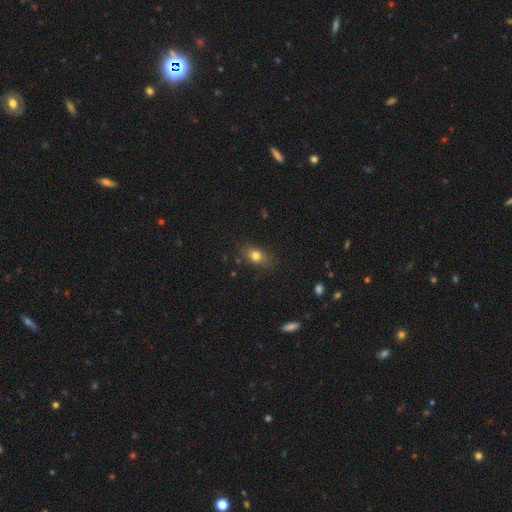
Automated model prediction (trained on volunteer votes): smooth-or-featured: smooth: 78% | star or artifact: 11% | featured or disk: 11%
  how-rounded: in between: 68% | round: 27% | cigar-shaped: 5%
  merging: none: 78% | minor disturbance: 16% | major disturbance: 4% | merger: 2%